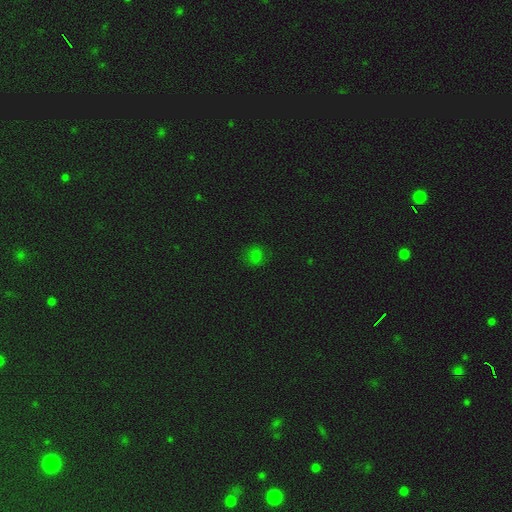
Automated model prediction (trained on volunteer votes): This is likely a smooth galaxy (73%). How rounded: likely round (79%). Merging: clearly none (81%).